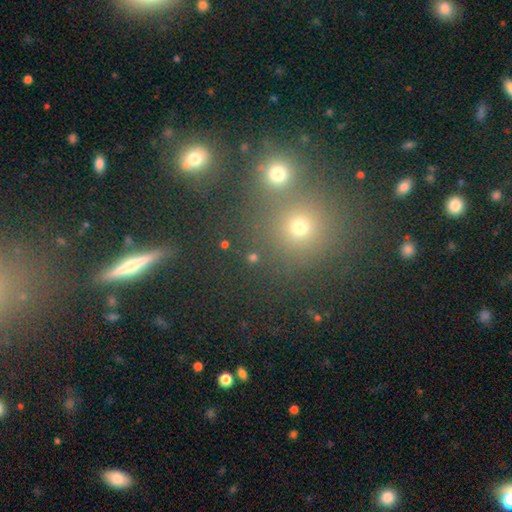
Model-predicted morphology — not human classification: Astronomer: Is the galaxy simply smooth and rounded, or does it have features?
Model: smooth — 52% (runner-up: star or artifact, 33%).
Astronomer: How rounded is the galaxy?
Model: round — 81%.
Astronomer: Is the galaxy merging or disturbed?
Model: none — 79%.